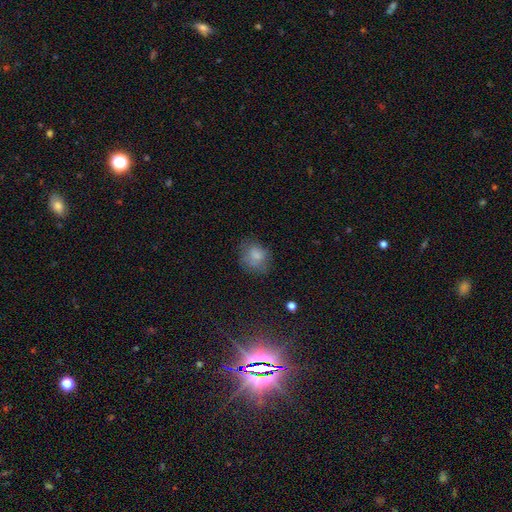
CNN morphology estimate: This is likely a smooth galaxy (77%). How rounded: likely round (65%). Merging: likely none (61%).